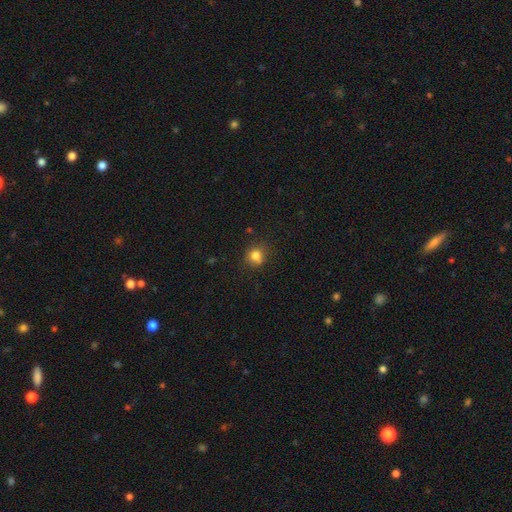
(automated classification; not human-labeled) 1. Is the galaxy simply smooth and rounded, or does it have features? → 80% smooth, 13% star or artifact, 7% featured or disk.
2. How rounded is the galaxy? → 82% round, 17% in between, 1% cigar-shaped.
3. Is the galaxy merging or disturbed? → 72% none, 17% minor disturbance, 7% merger, 4% major disturbance.